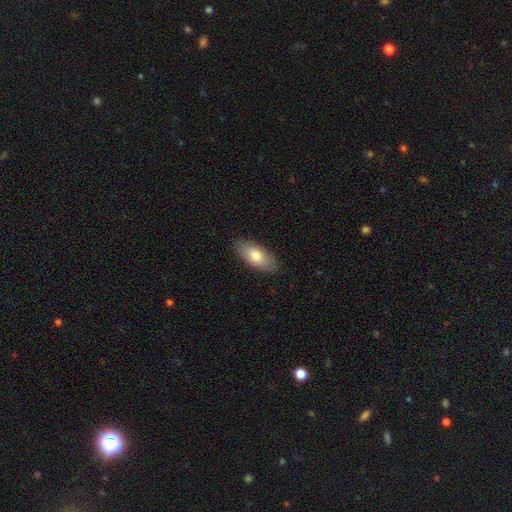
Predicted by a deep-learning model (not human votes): Smooth or featured?
  - smooth: 75% *
  - featured or disk: 19%
  - star or artifact: 6%
How rounded?
  - in between: 89% *
  - cigar-shaped: 8%
  - round: 3%
Merging?
  - none: 87% *
  - minor disturbance: 10%
  - major disturbance: 2%
  - merger: 1%